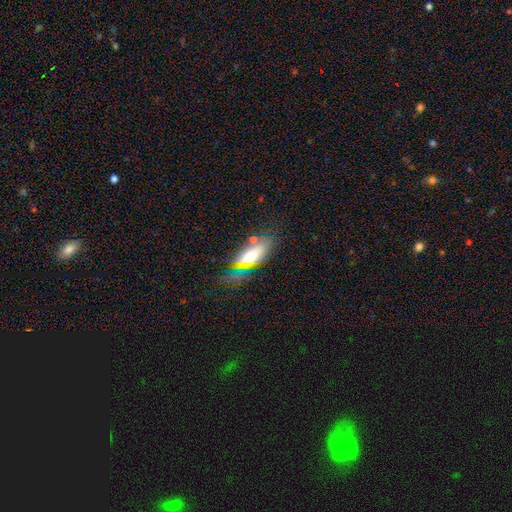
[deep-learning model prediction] Overall: smooth (62%; featured or disk 25%). How rounded: in between (70%). Merging: none (70%).